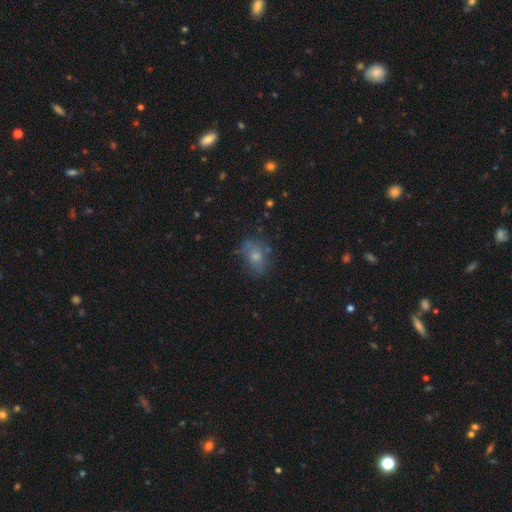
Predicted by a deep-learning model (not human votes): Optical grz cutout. It shows a smooth galaxy with no disk features (67%) that is in between round and cigar-shaped (72%). Merging: none (64%).